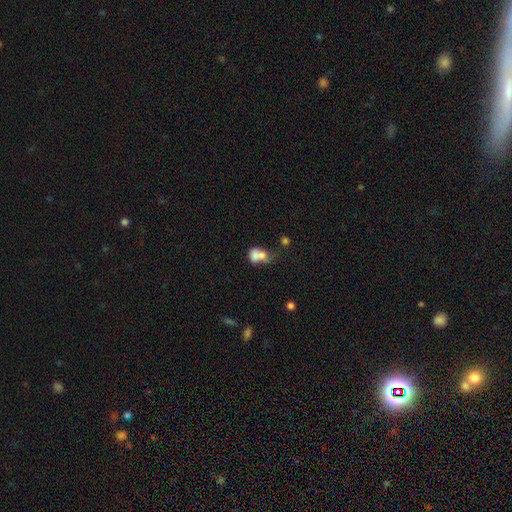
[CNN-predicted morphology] A smooth galaxy with no disk features (71%) that is in between round and cigar-shaped (58%). Merging: merger (63%).